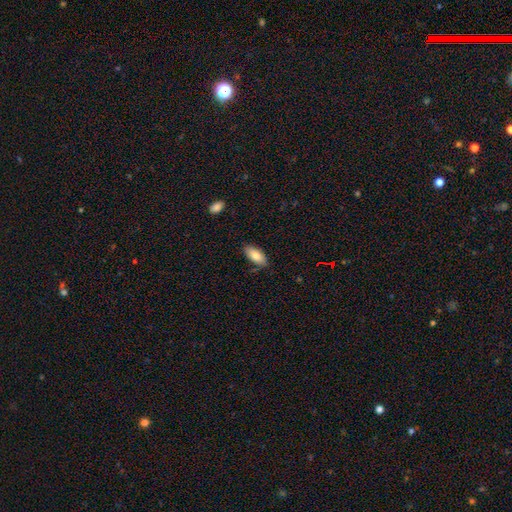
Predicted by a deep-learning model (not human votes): Smooth or featured?
  - smooth: 82% *
  - featured or disk: 11%
  - star or artifact: 7%
How rounded?
  - in between: 86% *
  - cigar-shaped: 12%
  - round: 2%
Merging?
  - none: 81% *
  - minor disturbance: 15%
  - major disturbance: 2%
  - merger: 2%